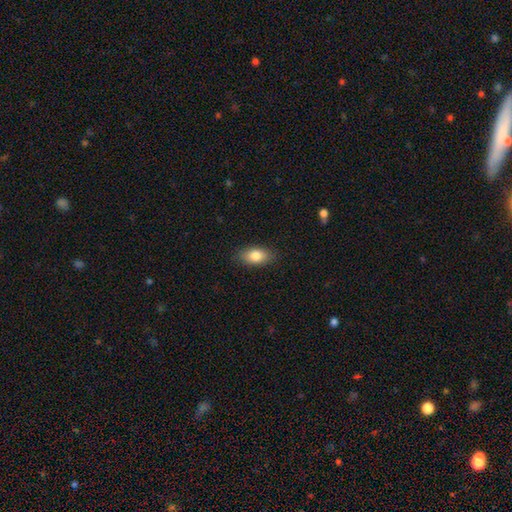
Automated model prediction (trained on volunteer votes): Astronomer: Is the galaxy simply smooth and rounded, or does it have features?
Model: smooth — 81%.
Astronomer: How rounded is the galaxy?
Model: in between — 89%.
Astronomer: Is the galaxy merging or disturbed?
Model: none — 86%.